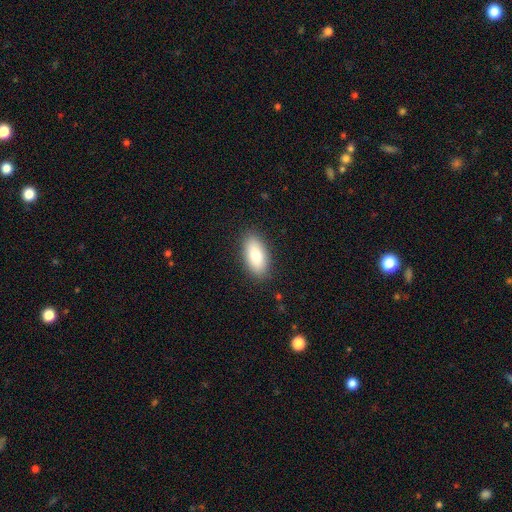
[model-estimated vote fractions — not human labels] A smooth galaxy with no disk features (82%) that is in between round and cigar-shaped (90%). Merging: none (87%).